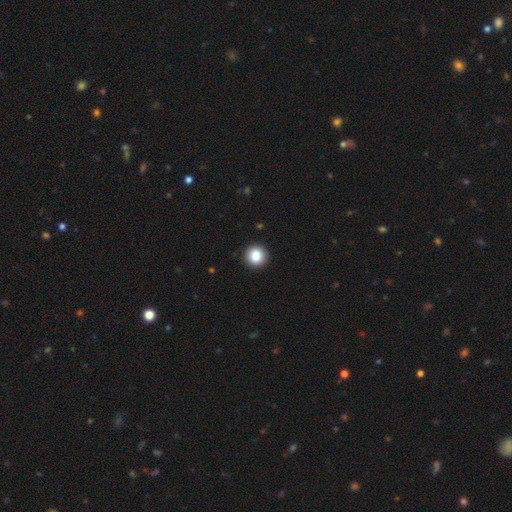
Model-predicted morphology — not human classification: Q: Smooth or featured?
A: smooth (87%); runner-up: star or artifact (9%)
Q: How rounded?
A: round (93%); runner-up: in between (6%)
Q: Merging?
A: none (92%); runner-up: minor disturbance (5%)